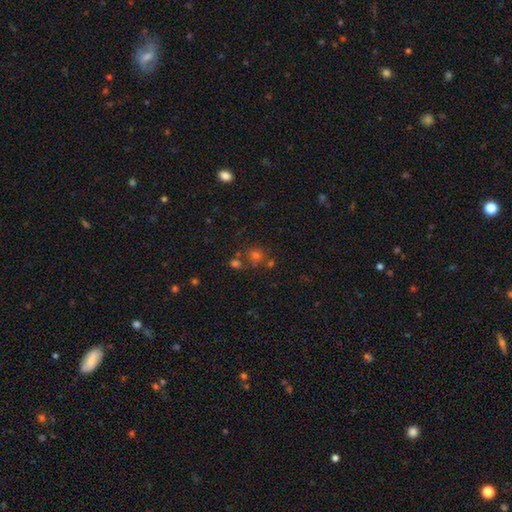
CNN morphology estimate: smooth-or-featured: smooth: 52% | star or artifact: 35% | featured or disk: 13%
  how-rounded: round: 85% | in between: 13% | cigar-shaped: 1%
  merging: none: 62% | merger: 23% | minor disturbance: 10% | major disturbance: 5%